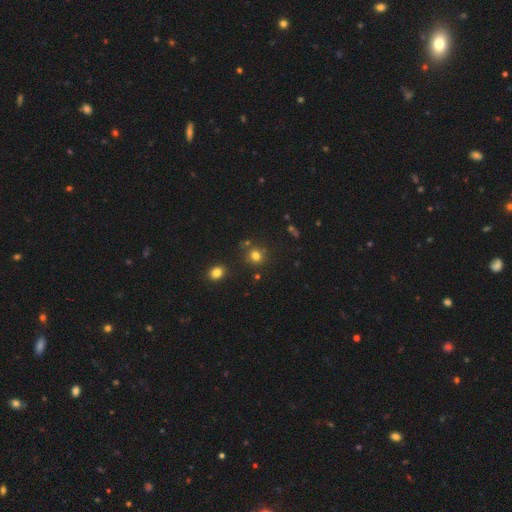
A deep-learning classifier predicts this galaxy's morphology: This is likely a smooth galaxy (76%). How rounded: clearly round (84%). Merging: likely none (79%).